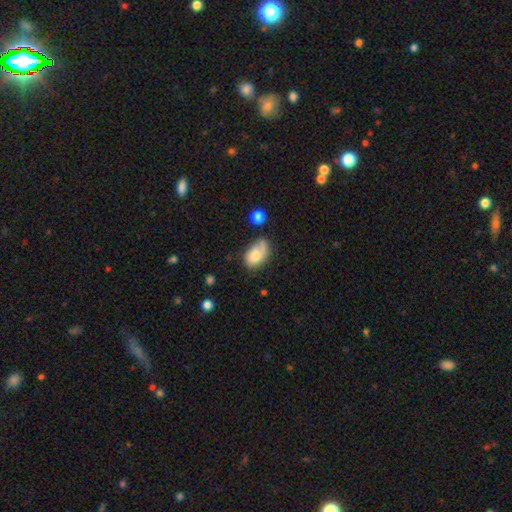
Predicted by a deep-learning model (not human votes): smooth_or_featured: smooth (p=0.71) [alt: featured or disk p=0.21]
how_rounded: in between (p=0.89) [alt: round p=0.10]
merging: none (p=0.45) [alt: minor disturbance p=0.33]